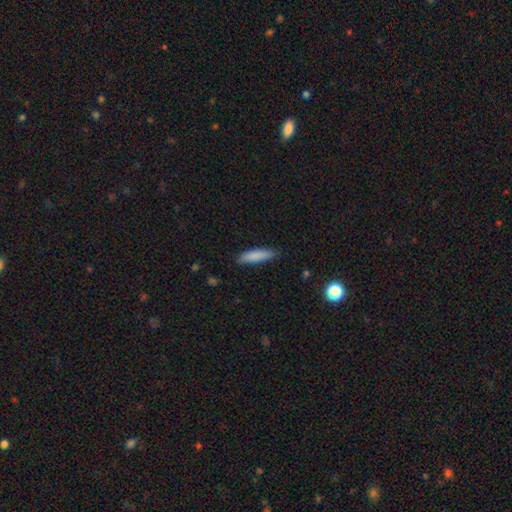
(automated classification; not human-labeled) Overall: smooth (85%). How rounded: cigar-shaped (73%). Merging: none (84%).